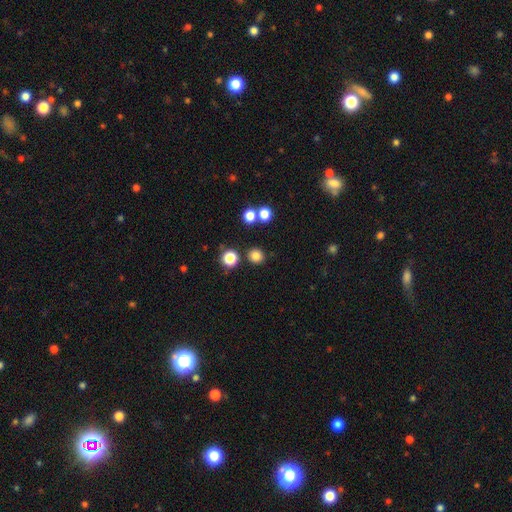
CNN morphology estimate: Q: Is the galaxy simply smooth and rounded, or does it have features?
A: smooth — 80%.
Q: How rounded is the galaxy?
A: round — 86%.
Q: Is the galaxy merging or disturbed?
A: none — 86%.